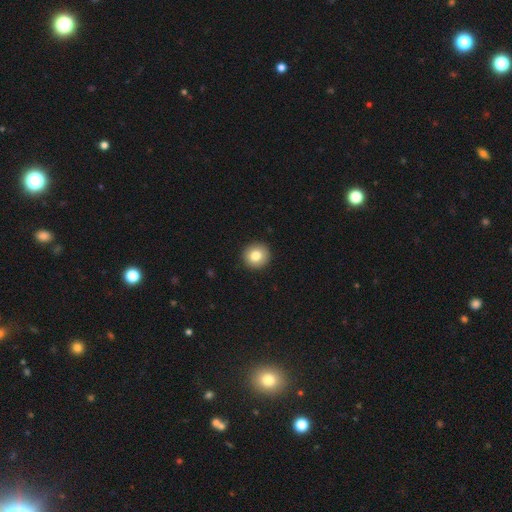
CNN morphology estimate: smooth 82%, star or artifact 9%, featured or disk 9%. Down the decision tree: how rounded — round (93%); merging — none (92%).